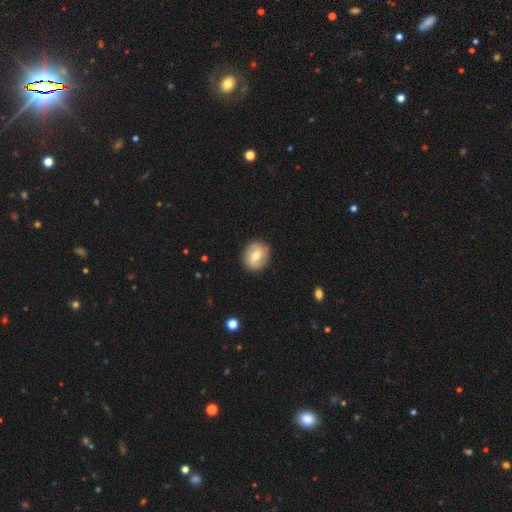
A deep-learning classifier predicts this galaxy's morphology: This is possibly a smooth galaxy (48%). Merging: clearly none (87%).